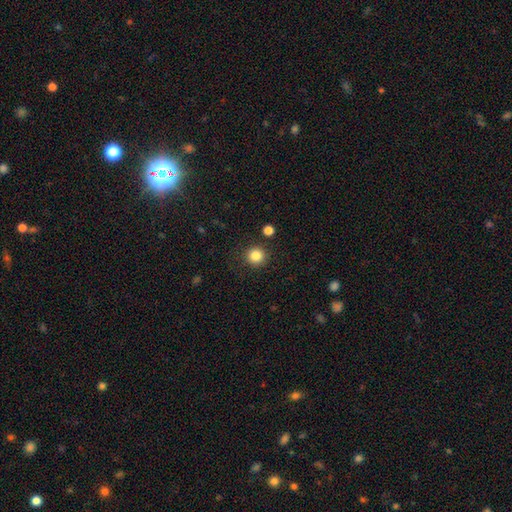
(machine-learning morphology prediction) smooth_or_featured: smooth (p=0.84) [alt: star or artifact p=0.11]
how_rounded: round (p=0.94) [alt: in between p=0.05]
merging: none (p=0.89) [alt: minor disturbance p=0.06]